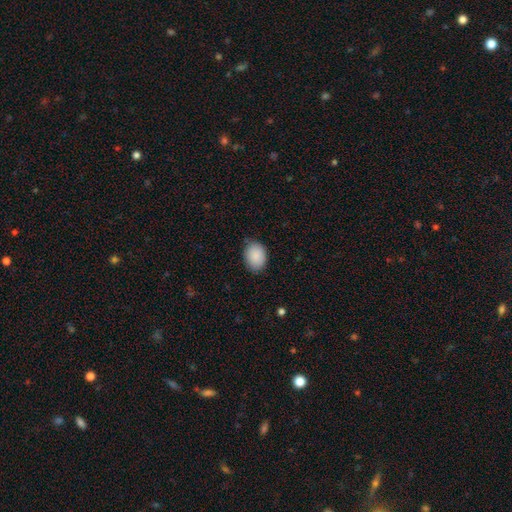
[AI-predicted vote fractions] This is clearly a smooth galaxy (90%). How rounded: likely in between (71%). Merging: likely none (79%).